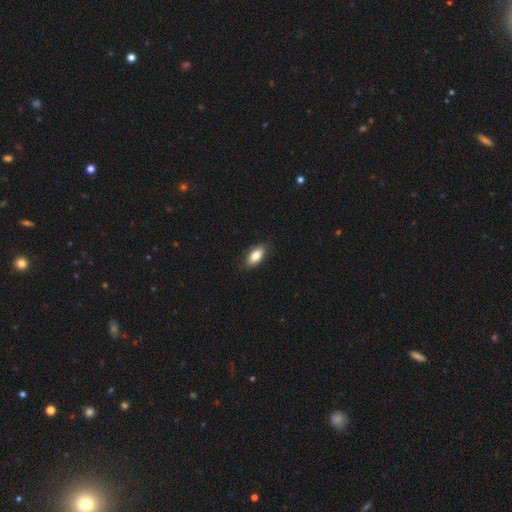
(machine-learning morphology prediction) A smooth galaxy with no disk features (81%) that is in between round and cigar-shaped (86%). Merging: none (84%).